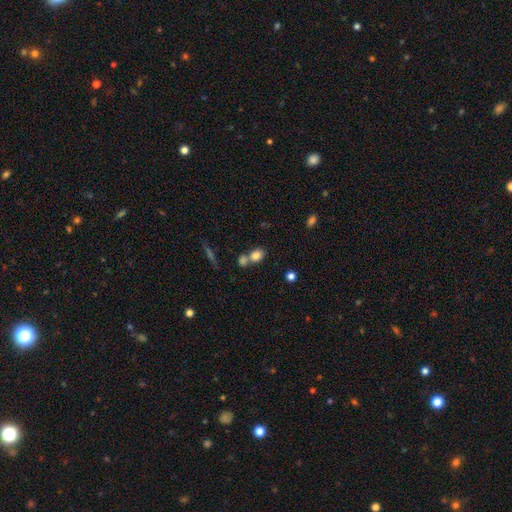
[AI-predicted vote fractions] A smooth galaxy with no disk features (81%) that is in between round and cigar-shaped (61%). Merging: none (45%).